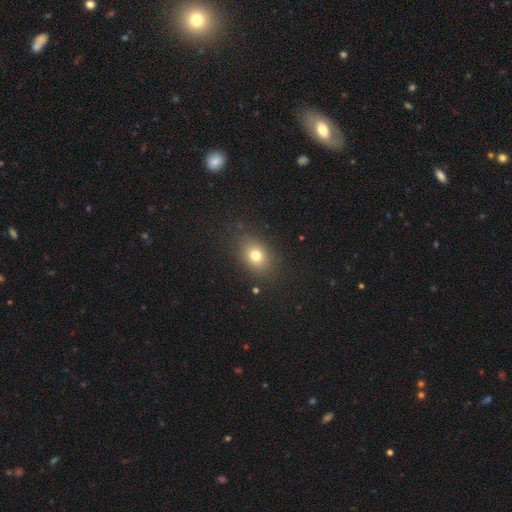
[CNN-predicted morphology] Q: Smooth or featured?
A: smooth (76%); runner-up: star or artifact (13%)
Q: How rounded?
A: in between (61%); runner-up: round (37%)
Q: Merging?
A: none (83%); runner-up: minor disturbance (11%)